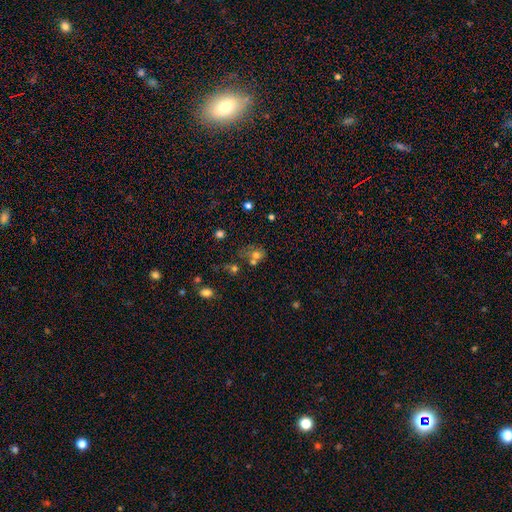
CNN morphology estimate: Smooth or featured: smooth — 62% (star or artifact — 20%)
How rounded: round — 57% (in between — 42%)
Merging: merger — 44% (none — 33%)